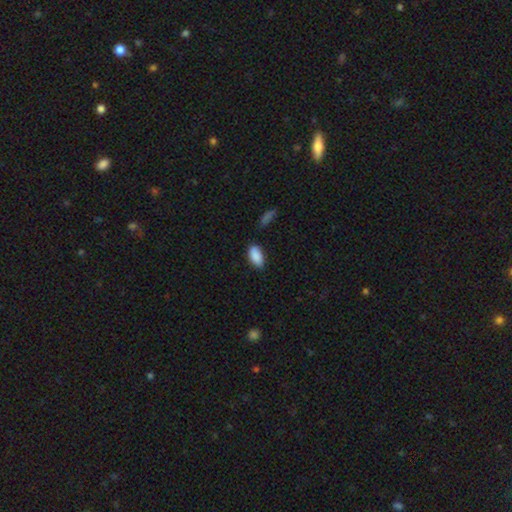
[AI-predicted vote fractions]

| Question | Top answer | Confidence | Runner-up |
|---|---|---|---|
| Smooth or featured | smooth | 90% | star or artifact (6%) |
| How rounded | in between | 93% | cigar-shaped (4%) |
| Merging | none | 81% | minor disturbance (13%) |